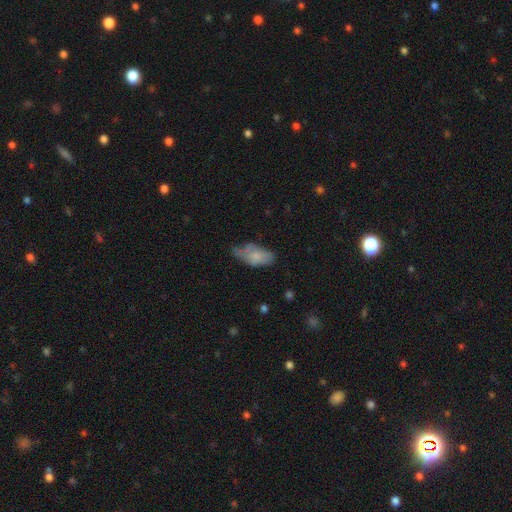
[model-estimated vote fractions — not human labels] This appears to be a smooth galaxy with no disk features (69%) that is in between round and cigar-shaped (91%). Merging: minor disturbance (40%).